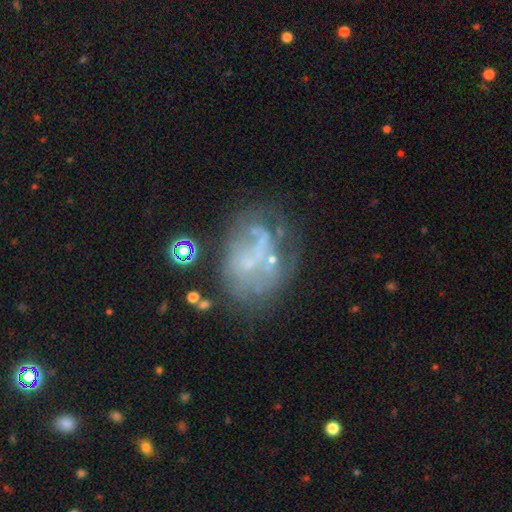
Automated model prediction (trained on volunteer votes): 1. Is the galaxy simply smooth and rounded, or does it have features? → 59% featured or disk, 24% smooth, 17% star or artifact.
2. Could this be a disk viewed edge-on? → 97% no, 3% yes.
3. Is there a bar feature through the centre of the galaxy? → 82% no, 13% weak, 4% strong.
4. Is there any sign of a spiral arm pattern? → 79% no, 21% yes.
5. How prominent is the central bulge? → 60% none, 32% small, 6% moderate, 1% large, 1% dominant.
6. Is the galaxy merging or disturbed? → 43% none, 25% major disturbance, 20% minor disturbance, 12% merger.